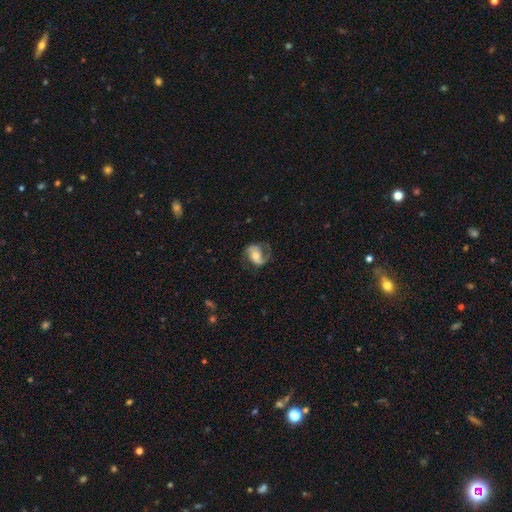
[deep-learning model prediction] featured or disk 65%, smooth 28%, star or artifact 7%. Down the decision tree: edge-on disk — no (96%); bar — no (47%); spiral arms — yes (87%); spiral arm count — 2 (72%); spiral winding — medium (44%); bulge size — moderate (61%); merging — none (58%).